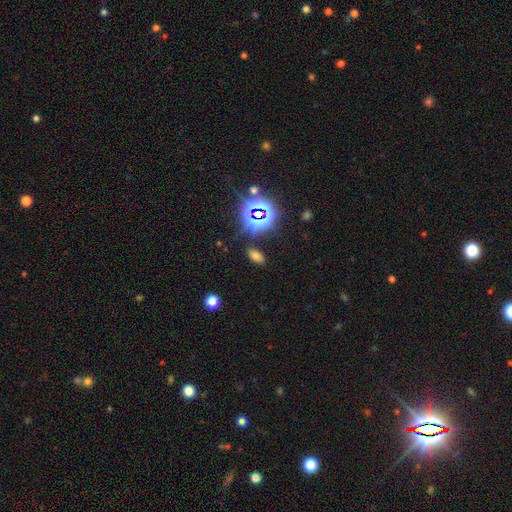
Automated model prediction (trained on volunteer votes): Morphology: type=smooth (60%); roundness=in between (87%); merging=none (85%).